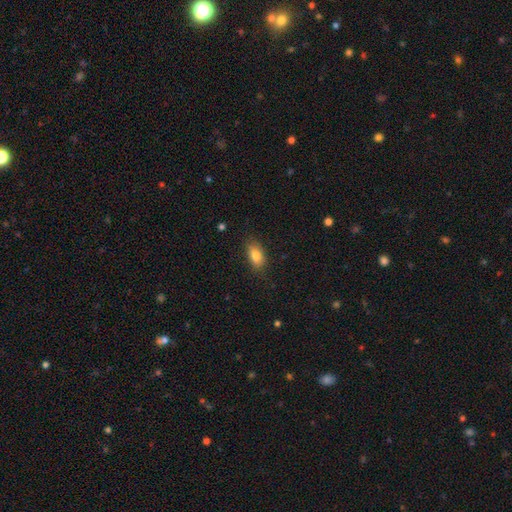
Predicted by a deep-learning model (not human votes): smooth 83%, featured or disk 9%, star or artifact 8%. Down the decision tree: how rounded — in between (89%); merging — none (81%).